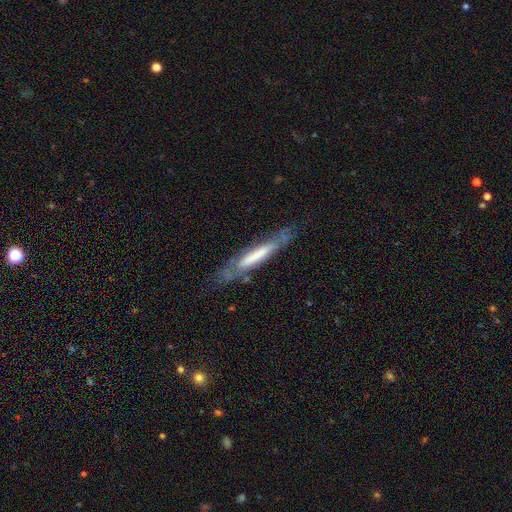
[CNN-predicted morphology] Q: Smooth or featured?
A: featured or disk (54%); runner-up: smooth (40%)
Q: Edge-on disk?
A: yes (72%); runner-up: no (28%)
Q: Merging?
A: none (67%); runner-up: minor disturbance (22%)